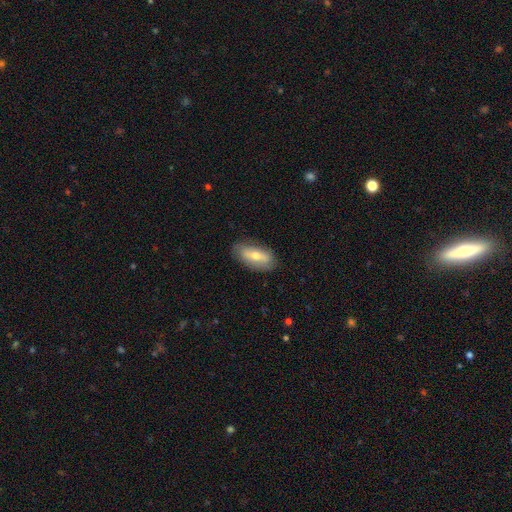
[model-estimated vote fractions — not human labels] smooth_or_featured: smooth (p=0.59) [alt: featured or disk p=0.34]
how_rounded: in between (p=0.84) [alt: cigar-shaped p=0.13]
merging: none (p=0.81) [alt: minor disturbance p=0.15]